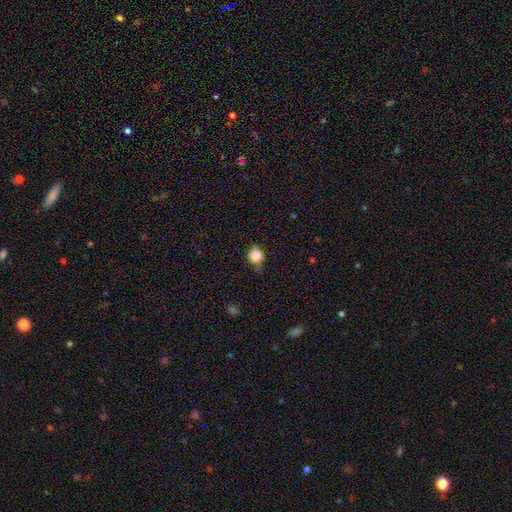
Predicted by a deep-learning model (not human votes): Q: Smooth or featured?
A: smooth (83%); runner-up: star or artifact (10%)
Q: How rounded?
A: round (82%); runner-up: in between (17%)
Q: Merging?
A: none (67%); runner-up: minor disturbance (26%)